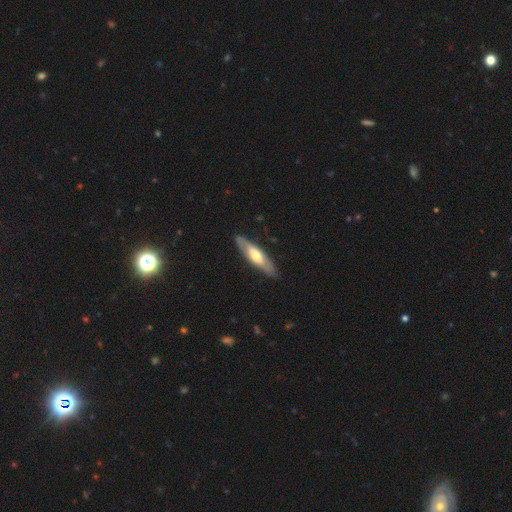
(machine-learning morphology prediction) smooth-or-featured: featured or disk: 51% | smooth: 44% | star or artifact: 5%
  disk-edge-on: yes: 62% | no: 38%
  merging: none: 87% | minor disturbance: 10% | major disturbance: 2% | merger: 1%